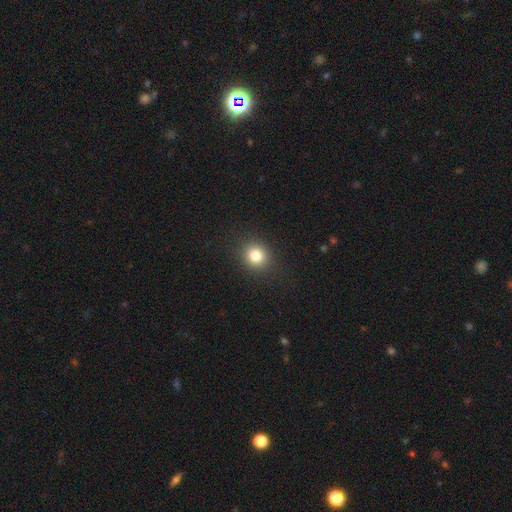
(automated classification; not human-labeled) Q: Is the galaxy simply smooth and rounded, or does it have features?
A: smooth — 82%.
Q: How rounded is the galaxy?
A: round — 84%.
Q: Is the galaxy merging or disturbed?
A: none — 90%.